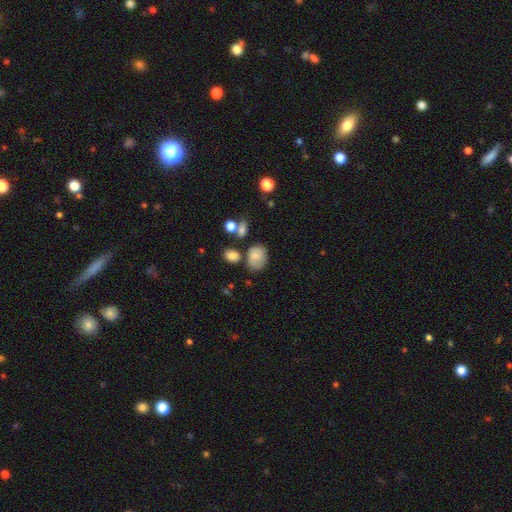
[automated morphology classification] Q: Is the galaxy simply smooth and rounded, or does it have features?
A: smooth — 74%.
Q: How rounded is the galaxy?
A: in between — 57%.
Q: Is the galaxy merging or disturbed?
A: none — 57%.